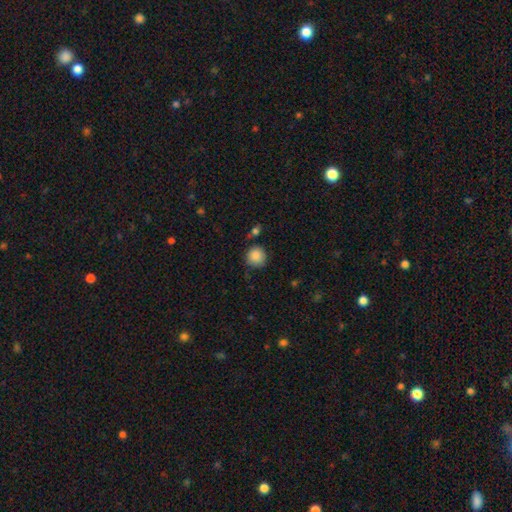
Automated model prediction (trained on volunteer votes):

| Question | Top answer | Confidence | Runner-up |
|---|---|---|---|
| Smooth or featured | smooth | 88% | star or artifact (8%) |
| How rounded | round | 92% | in between (7%) |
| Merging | none | 77% | minor disturbance (15%) |